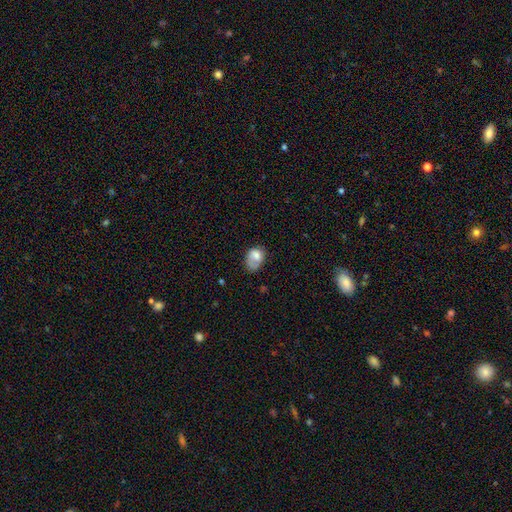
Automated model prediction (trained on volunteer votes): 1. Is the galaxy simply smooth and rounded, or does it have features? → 74% smooth, 18% featured or disk, 8% star or artifact.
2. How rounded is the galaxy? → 74% in between, 25% round, 1% cigar-shaped.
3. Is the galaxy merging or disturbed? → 35% minor disturbance, 34% none, 27% major disturbance, 5% merger.